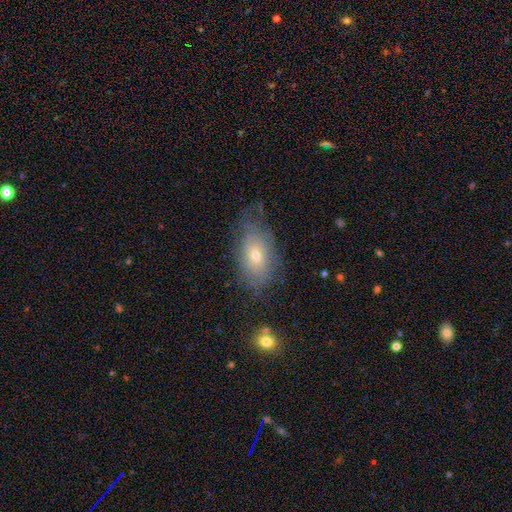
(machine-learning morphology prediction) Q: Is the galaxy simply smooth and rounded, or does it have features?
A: smooth — 50%.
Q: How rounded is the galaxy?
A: in between — 89%.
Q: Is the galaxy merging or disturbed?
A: none — 61%.